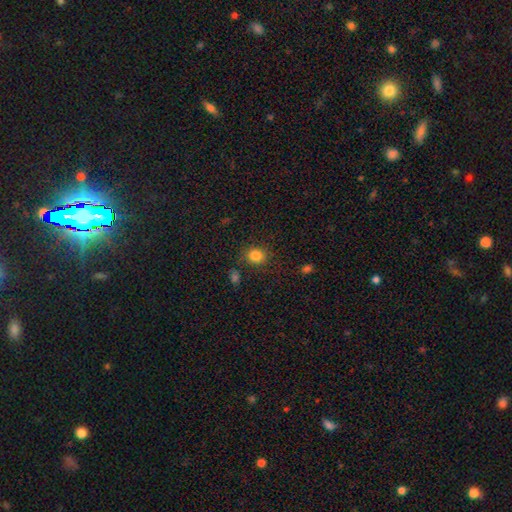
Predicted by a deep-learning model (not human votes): A smooth galaxy with no disk features (83%) that is round (69%).

Vote fractions:
- Smooth or featured? smooth: 83% / star or artifact: 11% / featured or disk: 5%
- How rounded? round: 69% / in between: 30% / cigar-shaped: 1%
- Merging? none: 83% / minor disturbance: 11% / major disturbance: 4% / merger: 3%